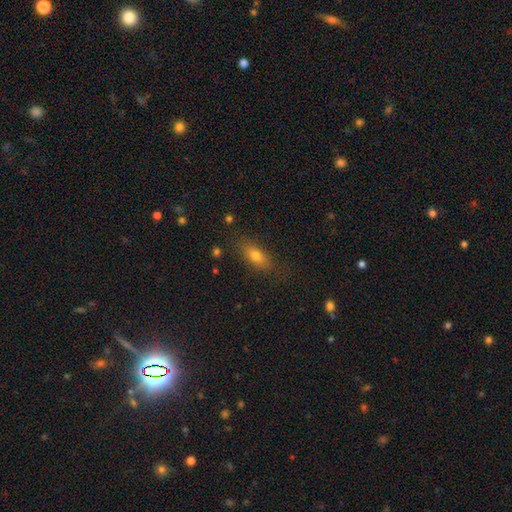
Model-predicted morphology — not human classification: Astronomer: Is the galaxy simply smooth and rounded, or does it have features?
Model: smooth — 74%.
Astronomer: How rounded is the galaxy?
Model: in between — 73%.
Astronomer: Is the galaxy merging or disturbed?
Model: none — 80%.